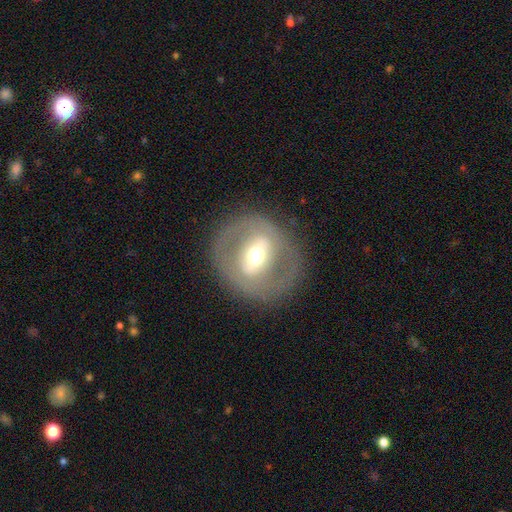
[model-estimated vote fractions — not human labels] Smooth or featured?
  - featured or disk: 66% *
  - smooth: 27%
  - star or artifact: 7%
Edge-on disk?
  - no: 90% *
  - yes: 10%
Bar?
  - strong: 50% *
  - weak: 30%
  - no: 20%
Spiral arms?
  - no: 76% *
  - yes: 24%
Bulge size?
  - moderate: 61% *
  - small: 26%
  - large: 10%
  - dominant: 2%
  - none: 1%
Merging?
  - none: 80% *
  - minor disturbance: 11%
  - major disturbance: 8%
  - merger: 1%